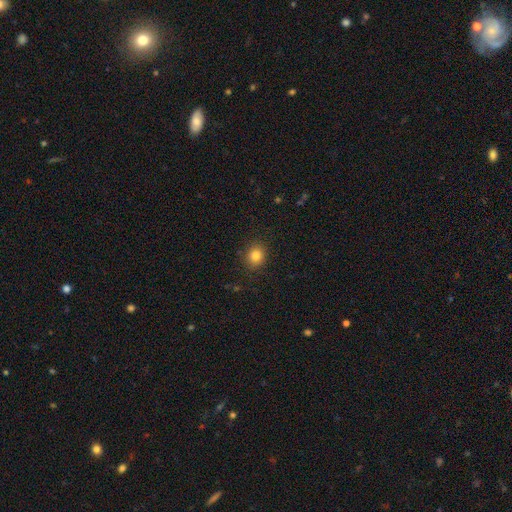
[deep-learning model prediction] Overall: smooth (83%). How rounded: round (71%). Merging: none (88%).